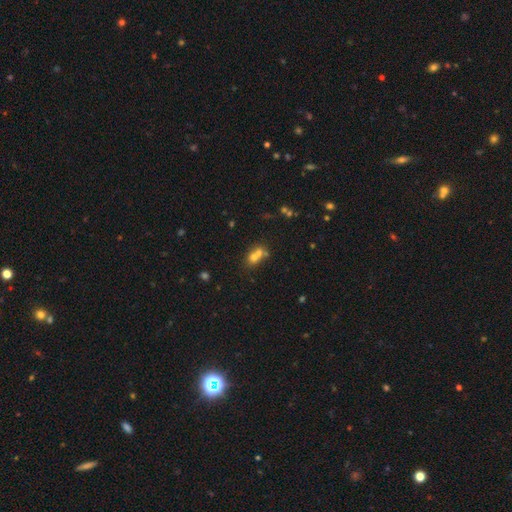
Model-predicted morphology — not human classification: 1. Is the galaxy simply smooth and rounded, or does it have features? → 62% smooth, 20% featured or disk, 17% star or artifact.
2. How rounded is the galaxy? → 60% round, 39% in between, 2% cigar-shaped.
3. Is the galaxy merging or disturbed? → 60% merger, 29% none, 7% minor disturbance, 4% major disturbance.